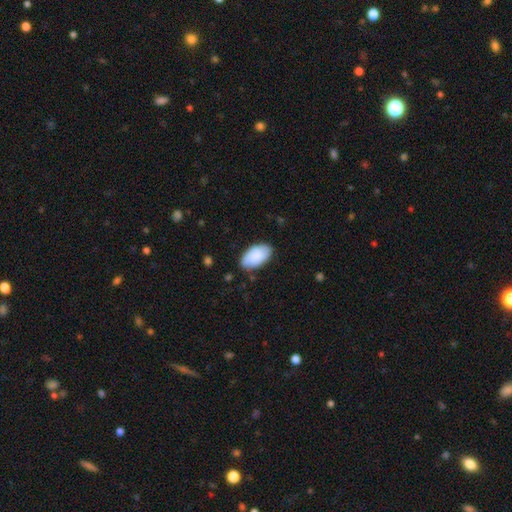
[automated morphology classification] This appears to be a smooth galaxy with no disk features (87%) that is in between round and cigar-shaped (95%). Merging: none (82%).